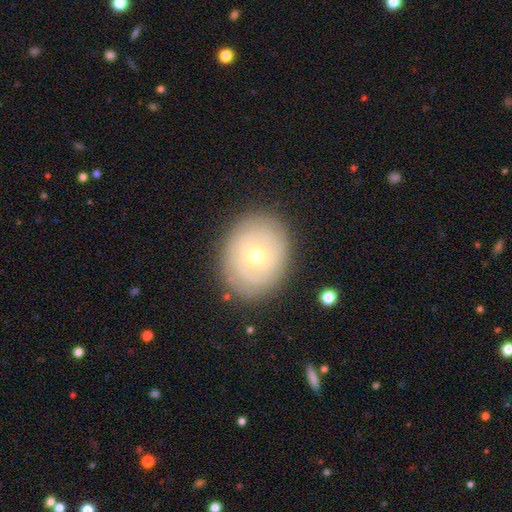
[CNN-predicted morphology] Smooth or featured: featured or disk — 52% (smooth — 39%)
Edge-on disk: no — 95% (yes — 5%)
Merging: none — 82% (minor disturbance — 12%)